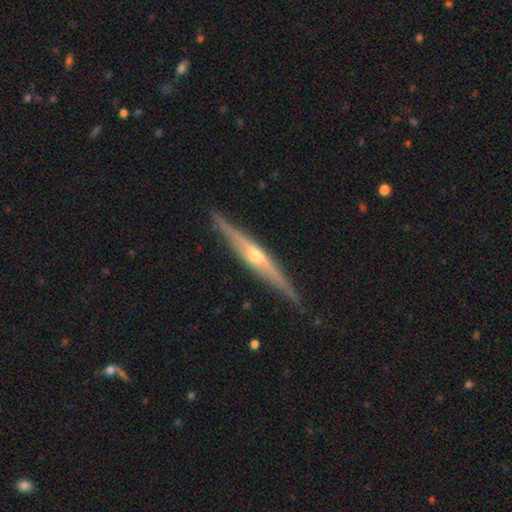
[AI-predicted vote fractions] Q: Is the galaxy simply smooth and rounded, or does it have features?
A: featured or disk — 81%.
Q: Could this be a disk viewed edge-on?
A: yes — 97%.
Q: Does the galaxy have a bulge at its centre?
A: rounded — 81%.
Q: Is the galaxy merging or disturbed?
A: none — 86%.